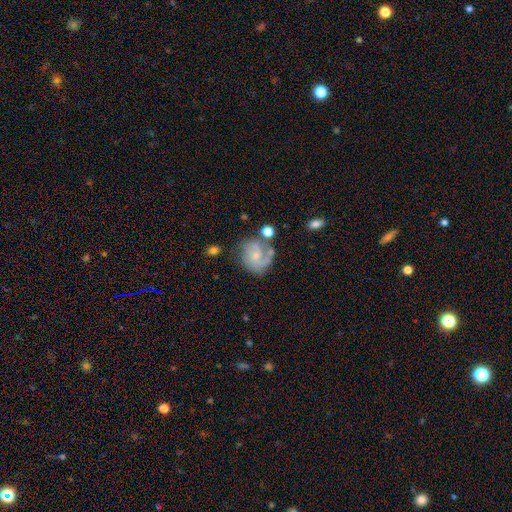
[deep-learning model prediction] Morphology: type=featured or disk (69%); edge-on=no (98%); bar=no (69%); spiral arms=yes (89%); winding=medium (43%); arm count=2 (44%); bulge=small (67%); merging=none (52%).